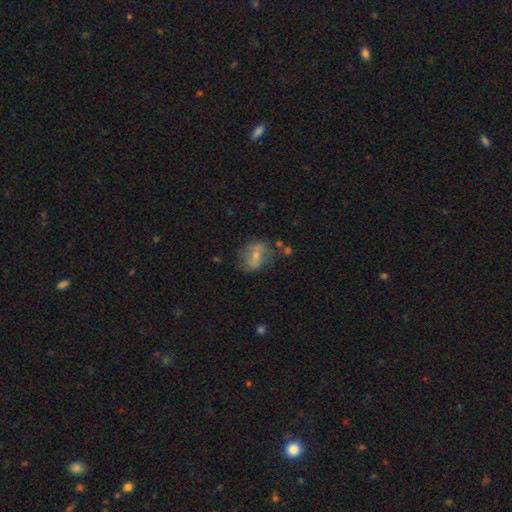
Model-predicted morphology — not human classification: Smooth or featured? smooth (46%)
Merging? none (60%)